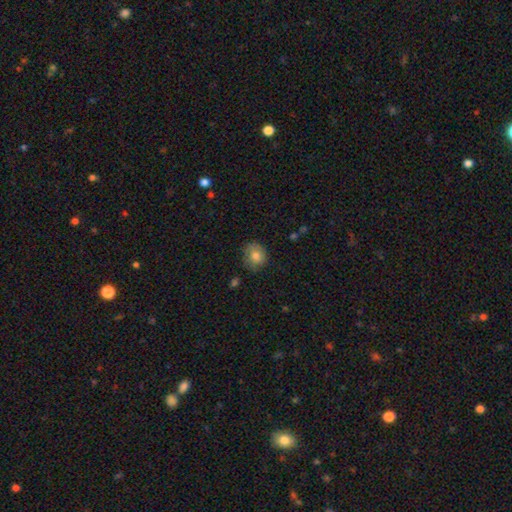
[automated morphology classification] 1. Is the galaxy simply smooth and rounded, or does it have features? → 76% smooth, 16% featured or disk, 8% star or artifact.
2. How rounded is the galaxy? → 74% round, 25% in between, 1% cigar-shaped.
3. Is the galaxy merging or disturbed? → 72% none, 21% minor disturbance, 5% major disturbance, 1% merger.